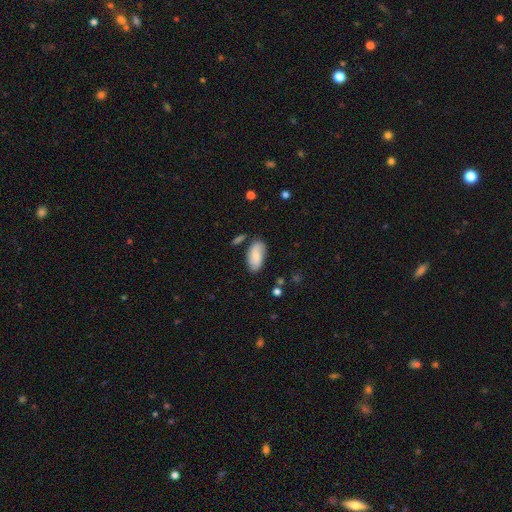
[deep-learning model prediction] smooth_or_featured: smooth (p=0.72) [alt: featured or disk p=0.21]
how_rounded: in between (p=0.91) [alt: cigar-shaped p=0.06]
merging: none (p=0.76) [alt: minor disturbance p=0.16]